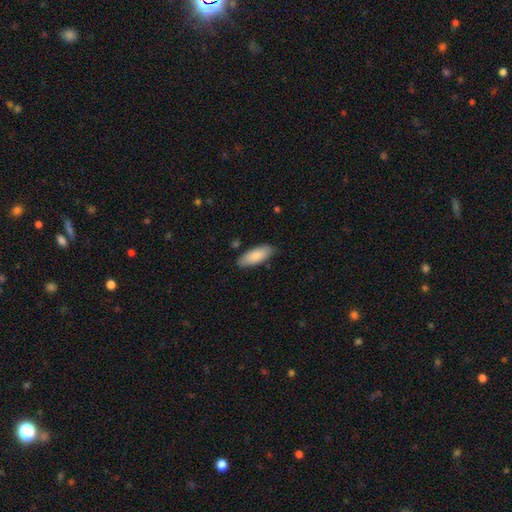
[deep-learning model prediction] A smooth galaxy with no disk features (87%) that is in between round and cigar-shaped (82%).

Vote fractions:
- Smooth or featured? smooth: 87% / featured or disk: 8% / star or artifact: 5%
- How rounded? in between: 82% / cigar-shaped: 17% / round: 2%
- Merging? none: 81% / minor disturbance: 15% / major disturbance: 2% / merger: 2%